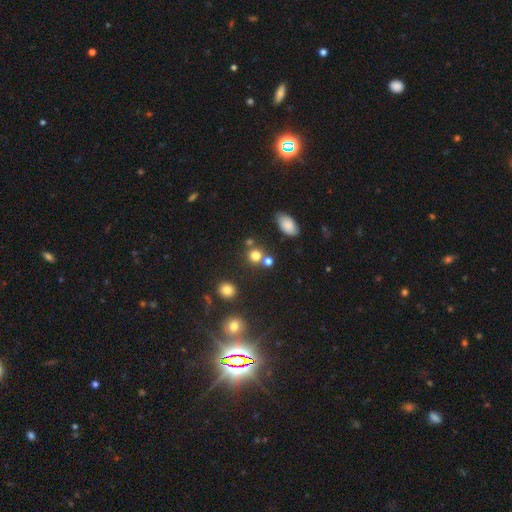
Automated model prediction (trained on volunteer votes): A smooth galaxy with no disk features (75%) that is round (84%). Merging: none (62%).